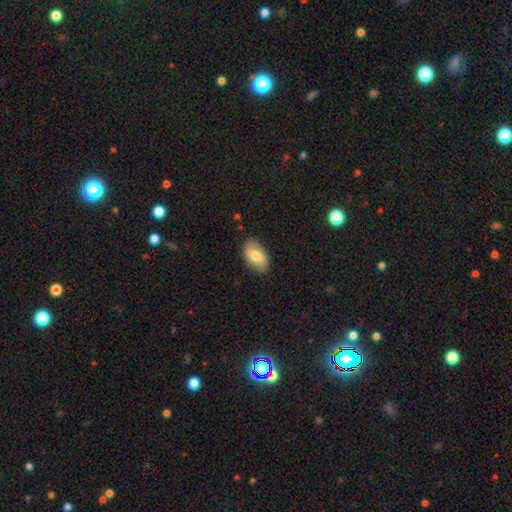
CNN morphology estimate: Smooth or featured? Predicted: smooth (p=0.72). How rounded? Predicted: in between (p=0.92). Merging? Predicted: none (p=0.85).